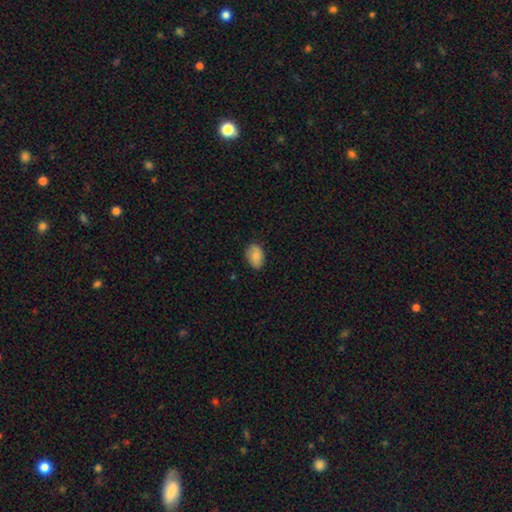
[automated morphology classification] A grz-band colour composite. It shows a smooth galaxy with no disk features (83%) that is in between round and cigar-shaped (82%). Merging: none (78%).